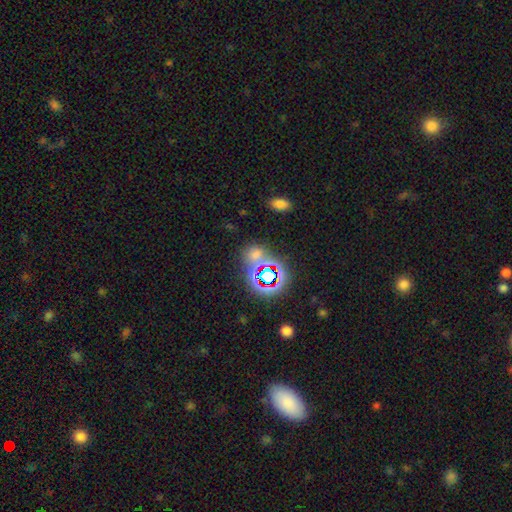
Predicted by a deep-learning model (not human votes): smooth-or-featured: star or artifact: 55% | smooth: 36% | featured or disk: 10%